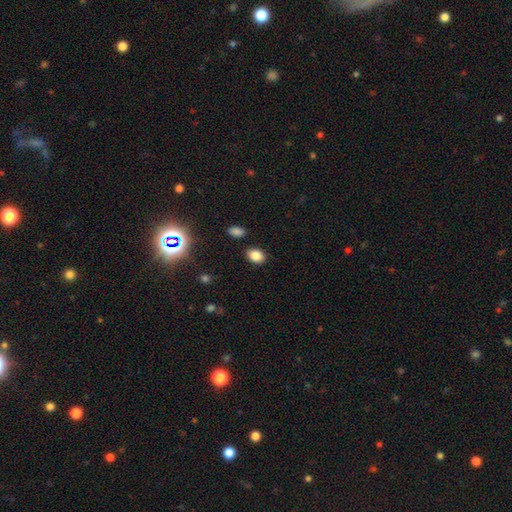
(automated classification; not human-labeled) Overall: smooth (84%). How rounded: in between (75%). Merging: none (86%).